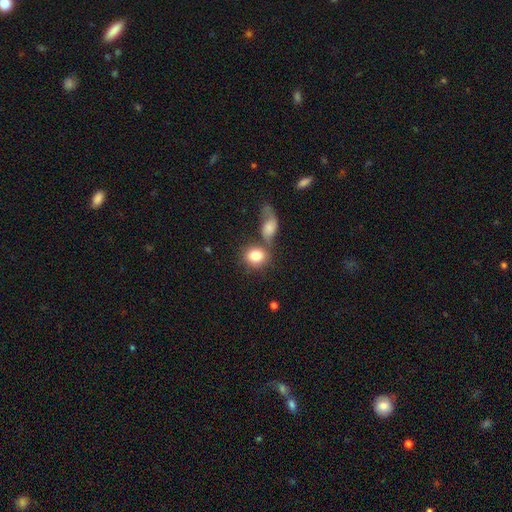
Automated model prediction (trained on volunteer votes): Morphology: type=smooth (81%); roundness=round (61%); merging=none (51%).